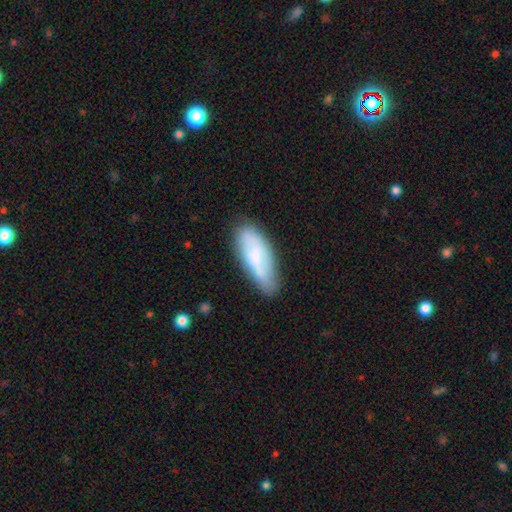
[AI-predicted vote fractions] A smooth galaxy with no disk features (67%) that is in between round and cigar-shaped (68%).

Vote fractions:
- Smooth or featured? smooth: 67% / featured or disk: 26% / star or artifact: 7%
- How rounded? in between: 68% / cigar-shaped: 31% / round: 2%
- Merging? none: 70% / minor disturbance: 23% / major disturbance: 5% / merger: 3%